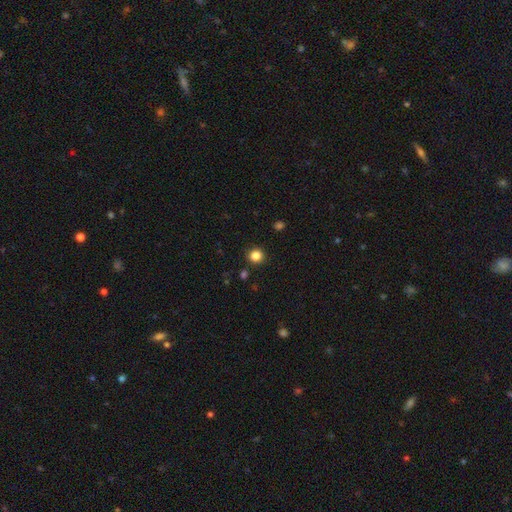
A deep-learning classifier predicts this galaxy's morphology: Smooth or featured? Predicted: smooth (p=0.84). How rounded? Predicted: round (p=0.91). Merging? Predicted: none (p=0.91).